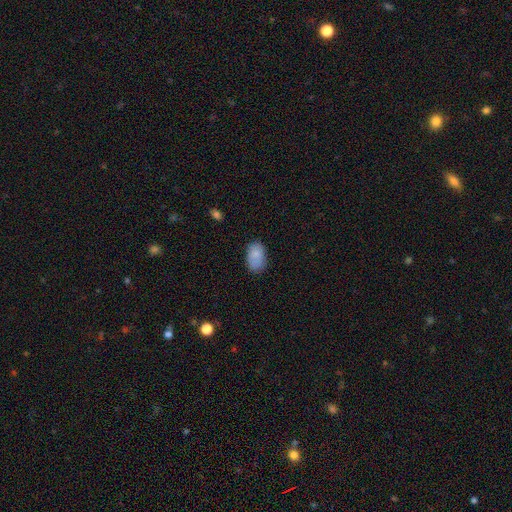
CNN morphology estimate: This is clearly a smooth galaxy (86%). How rounded: clearly in between (91%). Merging: likely none (74%).